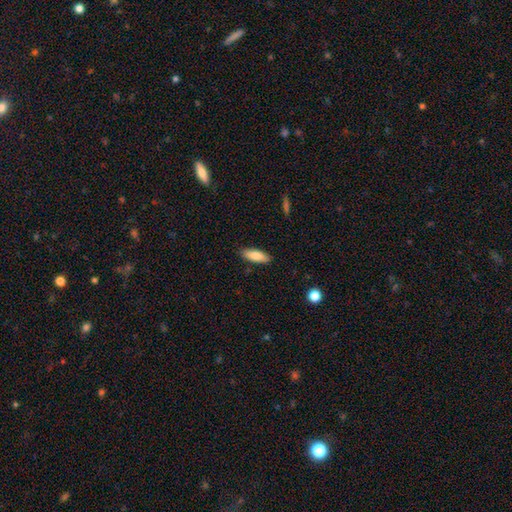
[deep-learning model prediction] A smooth galaxy with no disk features (83%) that is in between round and cigar-shaped (57%). Merging: none (88%).